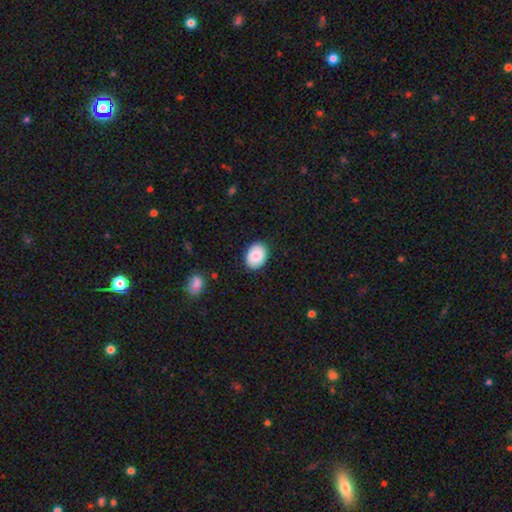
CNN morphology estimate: Smooth or featured? smooth (85%)
How rounded? in between (77%)
Merging? none (88%)